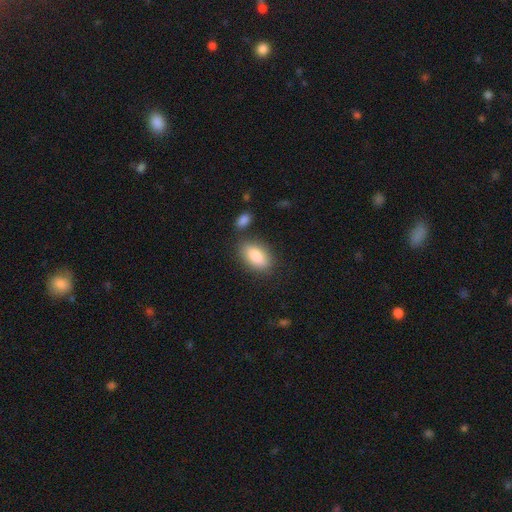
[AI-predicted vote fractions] A smooth galaxy with no disk features (86%) that is in between round and cigar-shaped (90%). Merging: none (75%).